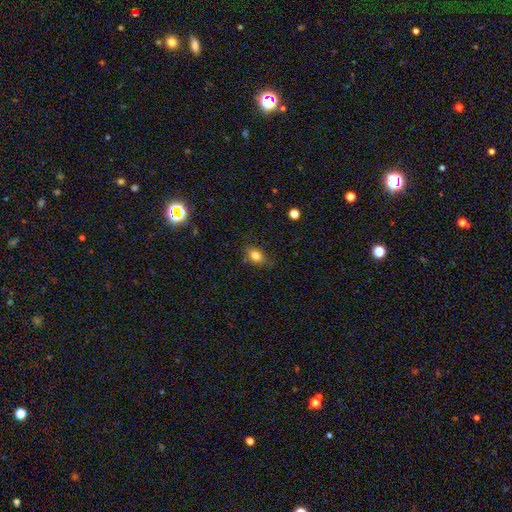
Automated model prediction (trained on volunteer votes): This is clearly a smooth galaxy (80%). How rounded: likely in between (79%). Merging: likely none (77%).